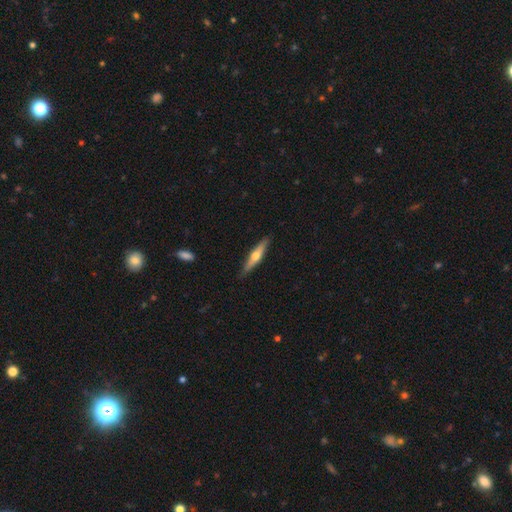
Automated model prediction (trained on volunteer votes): Morphology: type=featured or disk (56%); edge-on=yes (95%); edge-on bulge=rounded (92%); merging=none (88%).